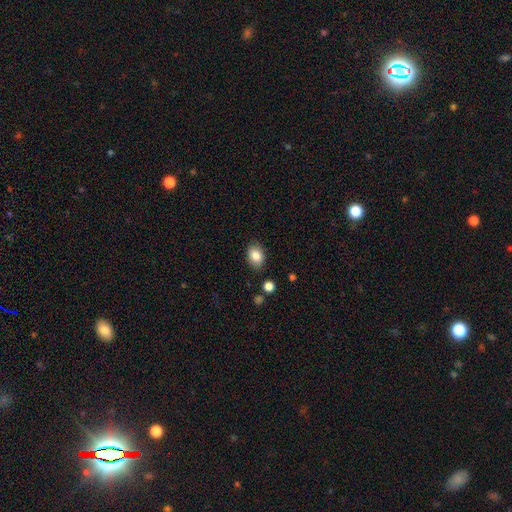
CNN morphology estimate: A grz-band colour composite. It shows a smooth galaxy with no disk features (85%) that is in between round and cigar-shaped (77%). Merging: none (86%).